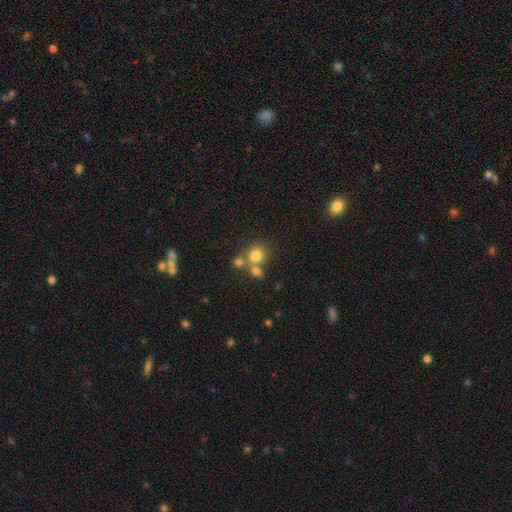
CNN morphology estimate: Smooth or featured?
  - smooth: 77% *
  - star or artifact: 13%
  - featured or disk: 10%
How rounded?
  - round: 82% *
  - in between: 17%
  - cigar-shaped: 1%
Merging?
  - none: 51% *
  - merger: 37%
  - minor disturbance: 8%
  - major disturbance: 4%